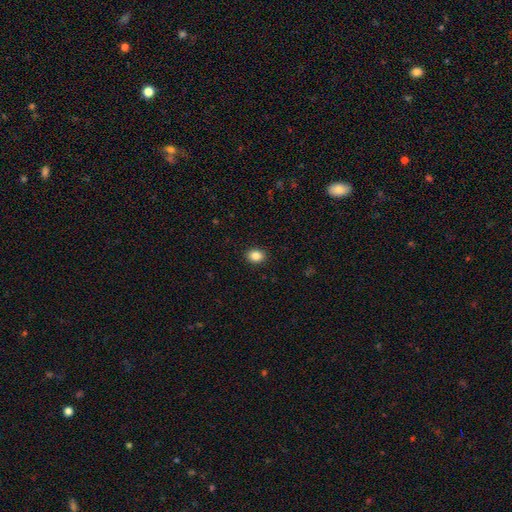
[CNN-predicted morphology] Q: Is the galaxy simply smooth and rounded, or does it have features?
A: smooth — 86%.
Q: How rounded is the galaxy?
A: in between — 54%.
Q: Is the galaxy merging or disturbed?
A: none — 91%.